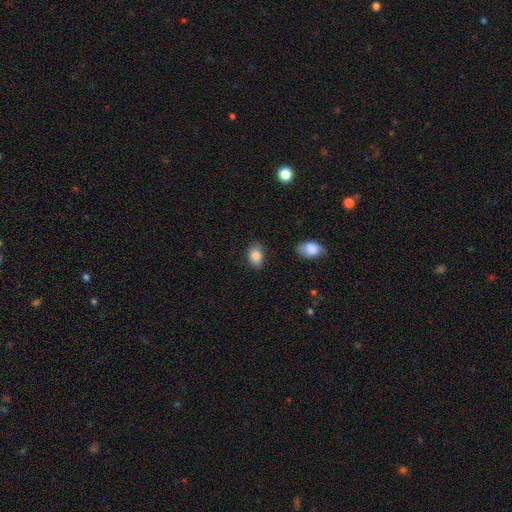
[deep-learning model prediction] smooth_or_featured: smooth (p=0.85) [alt: star or artifact p=0.08]
how_rounded: in between (p=0.84) [alt: round p=0.15]
merging: none (p=0.81) [alt: minor disturbance p=0.14]